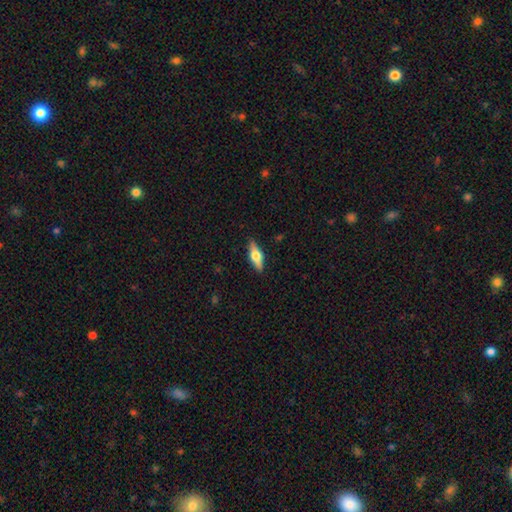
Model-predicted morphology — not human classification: This appears to be a featured or disk galaxy (53%) viewed edge-on (93%). Merging: none (88%).